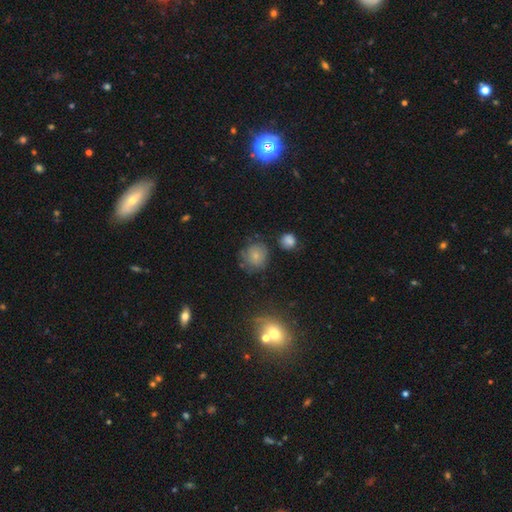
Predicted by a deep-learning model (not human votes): The model was most divided on "merging": none: 68%, minor disturbance: 21%, major disturbance: 7%, merger: 4%. More confident: how rounded — round (86%); smooth or featured — smooth (72%).